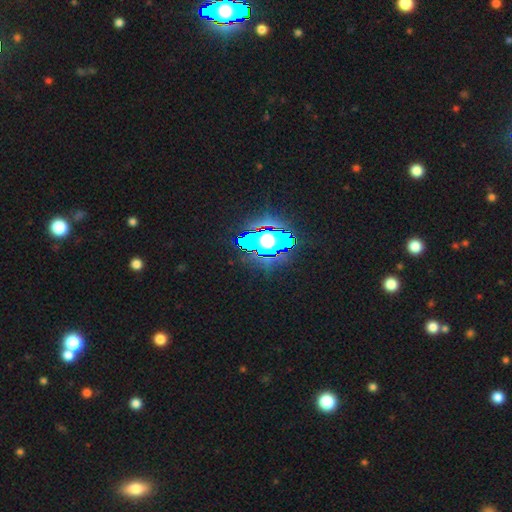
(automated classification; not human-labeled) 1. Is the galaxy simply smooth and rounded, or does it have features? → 83% star or artifact, 9% smooth, 7% featured or disk.